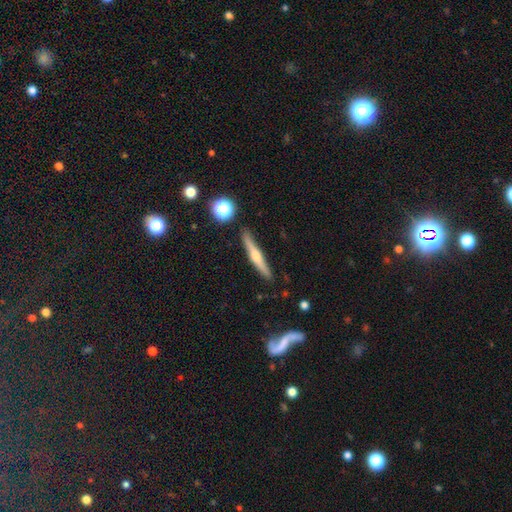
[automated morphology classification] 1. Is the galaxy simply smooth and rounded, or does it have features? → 71% featured or disk, 23% smooth, 6% star or artifact.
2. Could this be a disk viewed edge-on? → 96% yes, 4% no.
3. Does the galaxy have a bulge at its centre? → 89% rounded, 6% none, 5% boxy.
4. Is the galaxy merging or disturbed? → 88% none, 8% minor disturbance, 2% merger, 2% major disturbance.